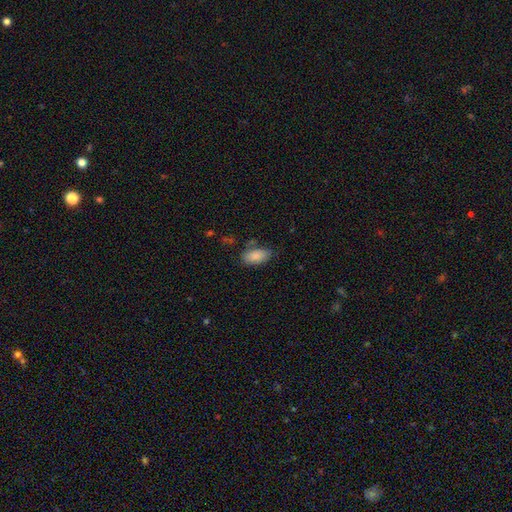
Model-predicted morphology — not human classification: A smooth galaxy with no disk features (87%) that is in between round and cigar-shaped (92%).

Vote fractions:
- Smooth or featured? smooth: 87% / star or artifact: 7% / featured or disk: 6%
- How rounded? in between: 92% / cigar-shaped: 5% / round: 3%
- Merging? none: 67% / minor disturbance: 22% / major disturbance: 6% / merger: 5%